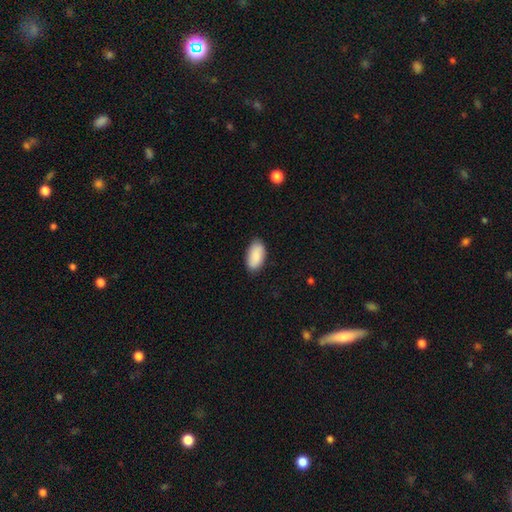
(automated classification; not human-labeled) A smooth galaxy with no disk features (89%) that is in between round and cigar-shaped (94%).

Vote fractions:
- Smooth or featured? smooth: 89% / featured or disk: 6% / star or artifact: 6%
- How rounded? in between: 94% / cigar-shaped: 3% / round: 3%
- Merging? none: 85% / minor disturbance: 12% / major disturbance: 2% / merger: 1%